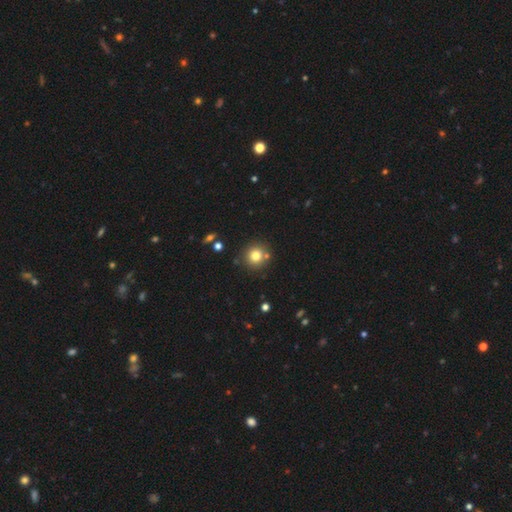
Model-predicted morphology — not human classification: Smooth or featured? smooth (78%)
How rounded? round (93%)
Merging? none (82%)